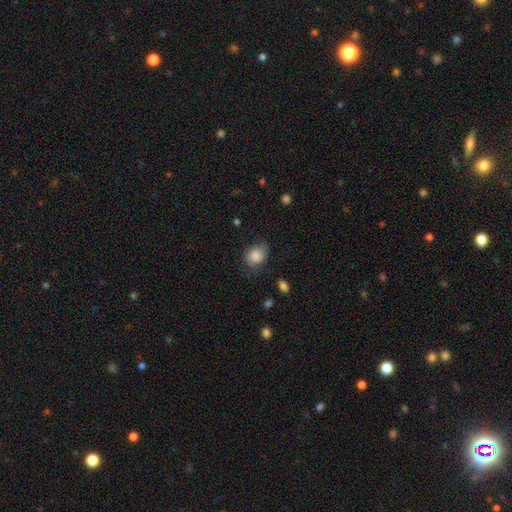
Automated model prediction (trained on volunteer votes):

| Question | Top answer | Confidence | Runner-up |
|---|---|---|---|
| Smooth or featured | smooth | 82% | featured or disk (10%) |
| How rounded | in between | 55% | round (44%) |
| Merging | none | 58% | minor disturbance (31%) |